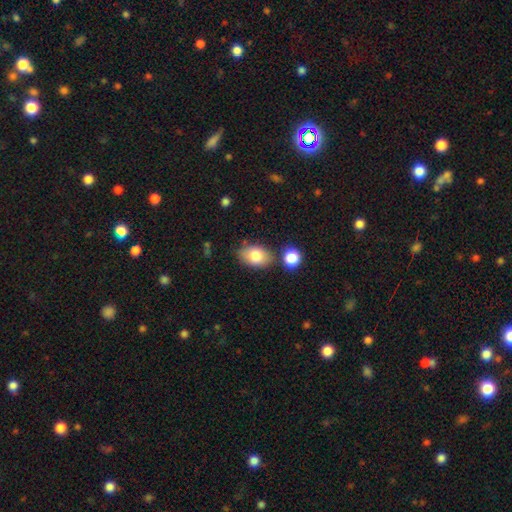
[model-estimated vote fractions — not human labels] Smooth or featured: smooth — 81% (featured or disk — 12%)
How rounded: in between — 84% (round — 15%)
Merging: none — 73% (minor disturbance — 14%)